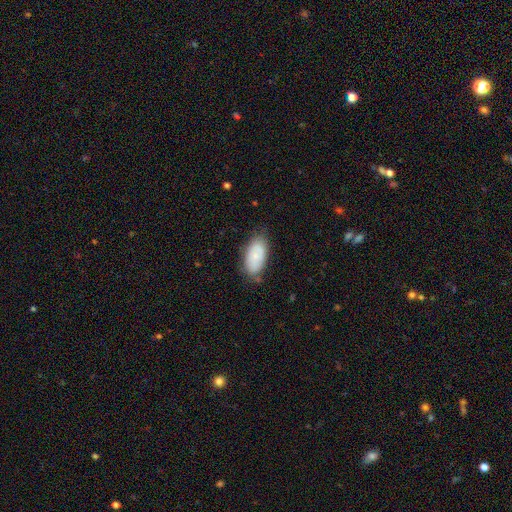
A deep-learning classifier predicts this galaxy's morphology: type=smooth (74%); roundness=in between (94%); merging=none (72%).